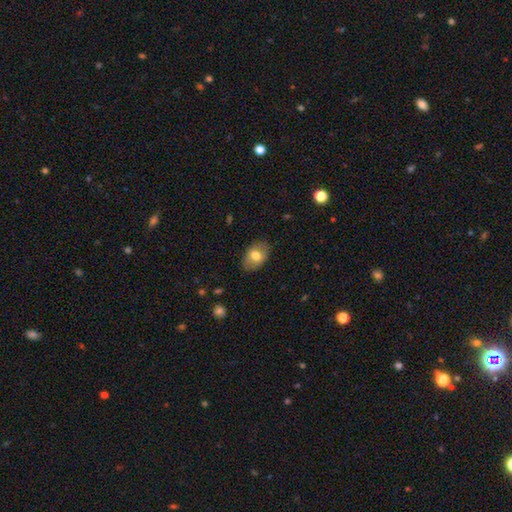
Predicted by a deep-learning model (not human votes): Morphology: type=smooth (71%); roundness=in between (84%); merging=none (80%).